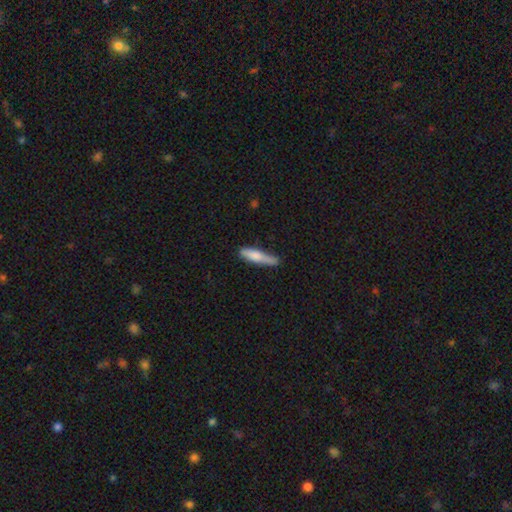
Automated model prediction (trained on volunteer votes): Smooth or featured?
  - smooth: 75% *
  - featured or disk: 19%
  - star or artifact: 6%
How rounded?
  - cigar-shaped: 82% *
  - in between: 16%
  - round: 2%
Merging?
  - none: 64% *
  - minor disturbance: 27%
  - major disturbance: 6%
  - merger: 3%